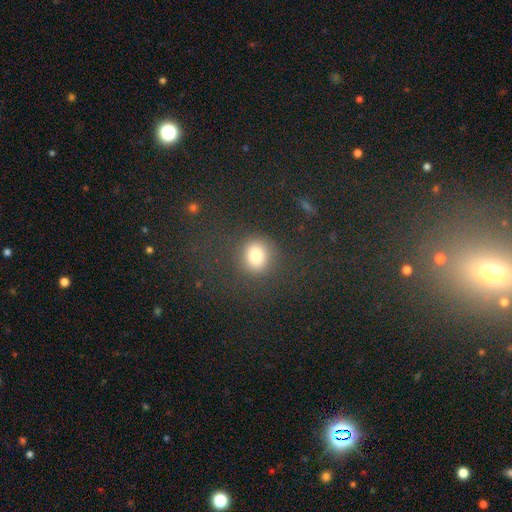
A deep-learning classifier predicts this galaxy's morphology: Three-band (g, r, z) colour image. It shows a smooth galaxy with no disk features (80%) that is round (77%). Merging: none (82%).